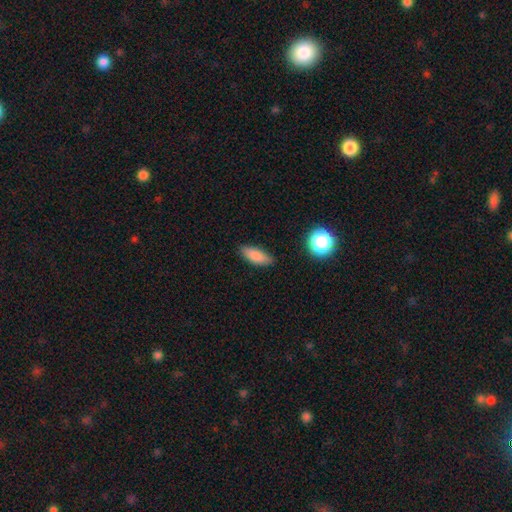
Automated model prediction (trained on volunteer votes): This appears to be a smooth galaxy with no disk features (83%) that is in between round and cigar-shaped (70%). Merging: none (83%).